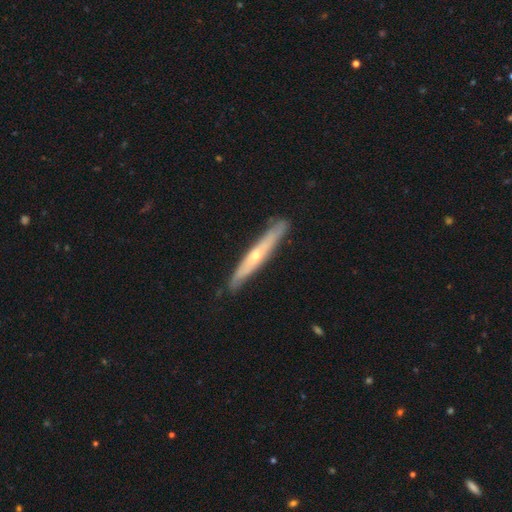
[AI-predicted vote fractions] smooth-or-featured: featured or disk: 62% | smooth: 33% | star or artifact: 6%
  disk-edge-on: yes: 86% | no: 14%
    edge-on-bulge: rounded: 72% | none: 25% | boxy: 3%
  merging: none: 83% | minor disturbance: 13% | major disturbance: 2% | merger: 2%